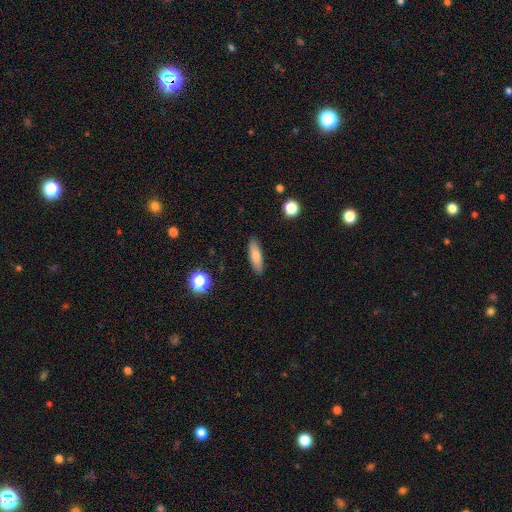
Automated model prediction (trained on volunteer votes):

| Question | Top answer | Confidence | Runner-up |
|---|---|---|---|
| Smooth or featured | smooth | 77% | featured or disk (15%) |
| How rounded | cigar-shaped | 56% | in between (41%) |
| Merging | none | 89% | minor disturbance (8%) |